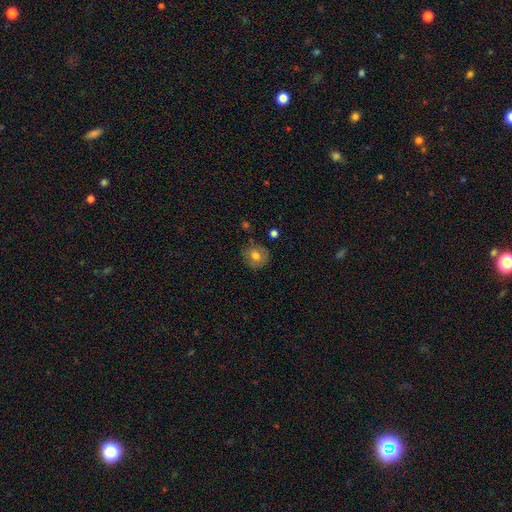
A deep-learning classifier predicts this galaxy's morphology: The model was most divided on "smooth or featured": smooth: 74%, featured or disk: 16%, star or artifact: 10%. More confident: how rounded — round (84%); merging — none (77%).